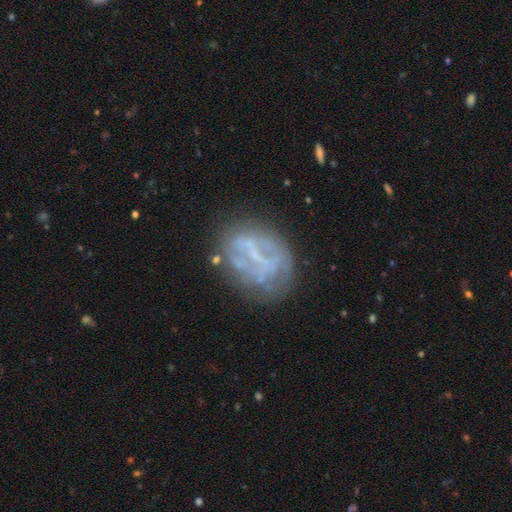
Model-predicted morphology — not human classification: Overall: featured or disk (63%; smooth 24%). Edge-on disk: no (97%). Bar: no (45%; weak 30%). Spiral arms: no (74%). Bulge size: none (61%; small 30%). Merging: none (61%).